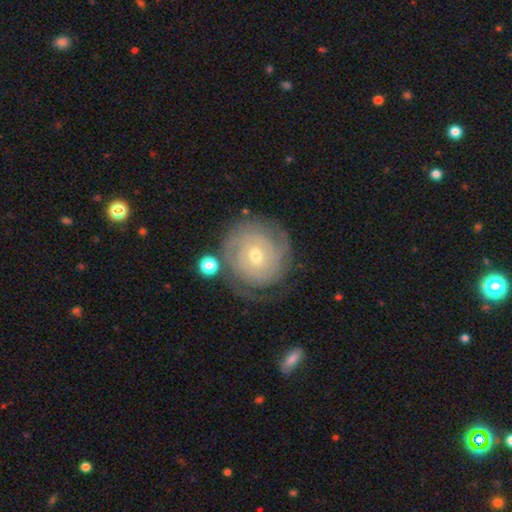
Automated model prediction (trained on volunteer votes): Overall: featured or disk (81%). Edge-on disk: no (97%). Bar: no (74%). Spiral arms: yes (93%). Spiral arm count: can't tell (39%; 2 27%). Spiral winding: tight (84%). Bulge size: moderate (48%, tied with small). Merging: none (75%).